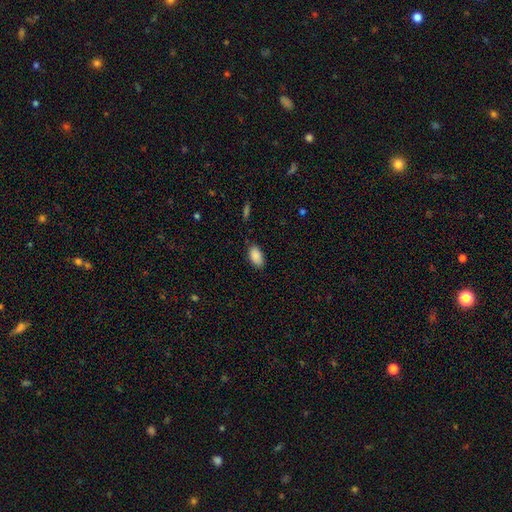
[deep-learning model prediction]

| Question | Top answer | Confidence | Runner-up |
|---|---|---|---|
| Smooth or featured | smooth | 89% | star or artifact (7%) |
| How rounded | in between | 94% | cigar-shaped (3%) |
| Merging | none | 83% | minor disturbance (13%) |